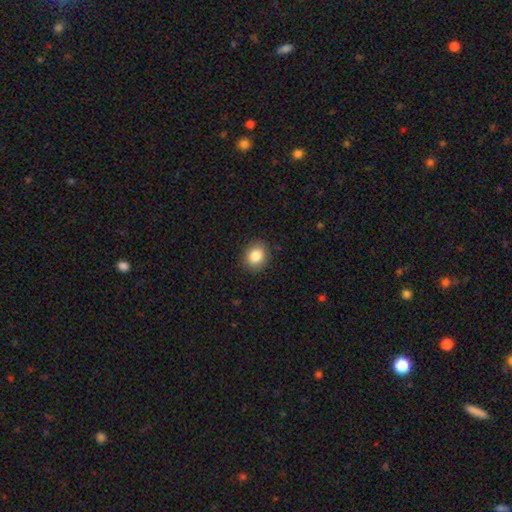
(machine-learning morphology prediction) A smooth galaxy with no disk features (84%) that is round (55%). Merging: none (88%).